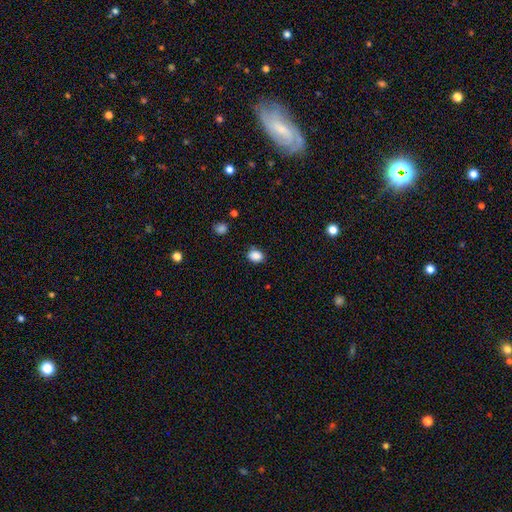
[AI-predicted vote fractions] Morphology: type=smooth (87%); roundness=in between (62%); merging=none (80%).